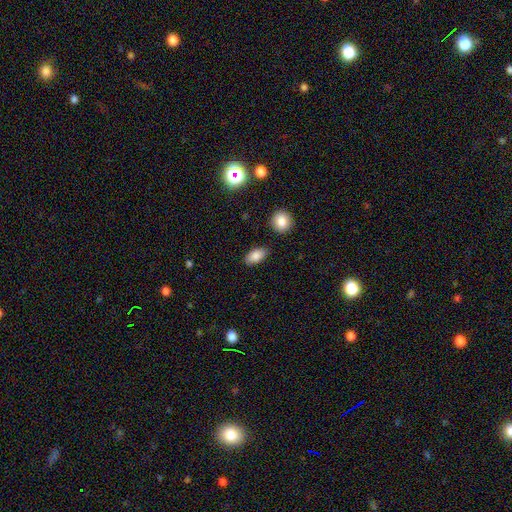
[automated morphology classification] A smooth galaxy with no disk features (85%) that is in between round and cigar-shaped (92%).

Vote fractions:
- Smooth or featured? smooth: 85% / star or artifact: 8% / featured or disk: 7%
- How rounded? in between: 92% / round: 5% / cigar-shaped: 3%
- Merging? none: 85% / minor disturbance: 10% / merger: 3% / major disturbance: 2%